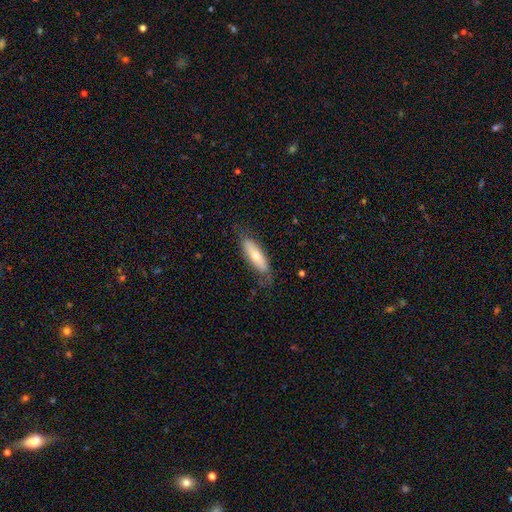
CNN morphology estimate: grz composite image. It shows a smooth galaxy with no disk features (64%) that is in between round and cigar-shaped (54%). Merging: none (72%).